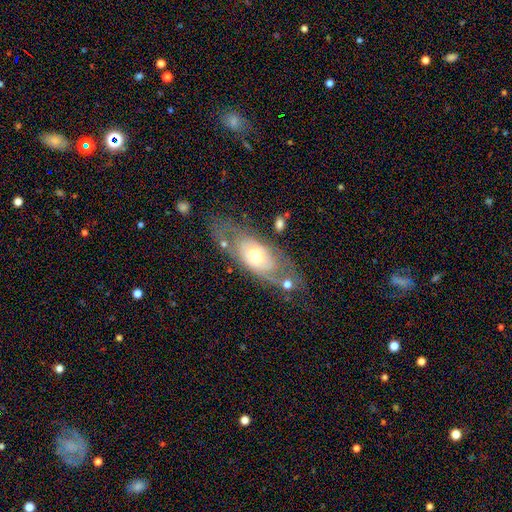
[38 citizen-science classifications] This is likely a featured or disk galaxy (79%). It is clearly not viewed edge-on (87%). Bar: clearly no (81%). Spiral arm pattern: likely no (69%). Central bulge: possibly moderate (54%). Merging: clearly none (86%).